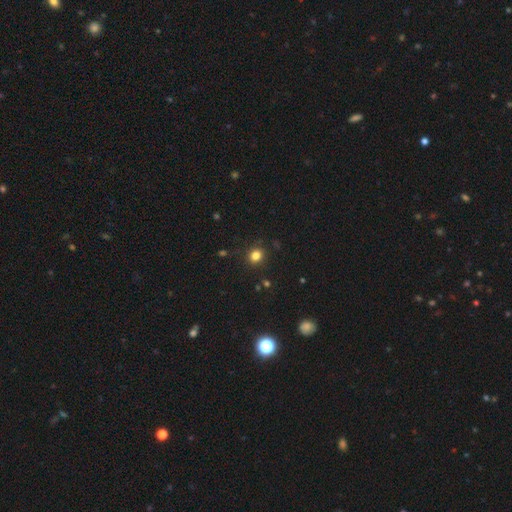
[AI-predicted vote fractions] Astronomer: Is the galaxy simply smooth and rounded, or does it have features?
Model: smooth — 81%.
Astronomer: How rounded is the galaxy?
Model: round — 82%.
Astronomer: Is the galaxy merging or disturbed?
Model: none — 87%.